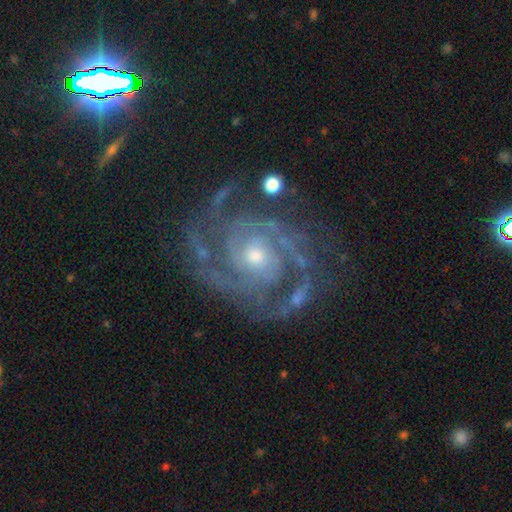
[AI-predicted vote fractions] This is clearly a featured or disk galaxy (91%). It is clearly not viewed edge-on (98%). Bar: likely no (71%). Spiral arm pattern: clearly yes (97%). Spiral arm count: marginally 2 (29%). Spiral winding: possibly tight (59%). Central bulge: possibly small (49%). Merging: likely none (67%).